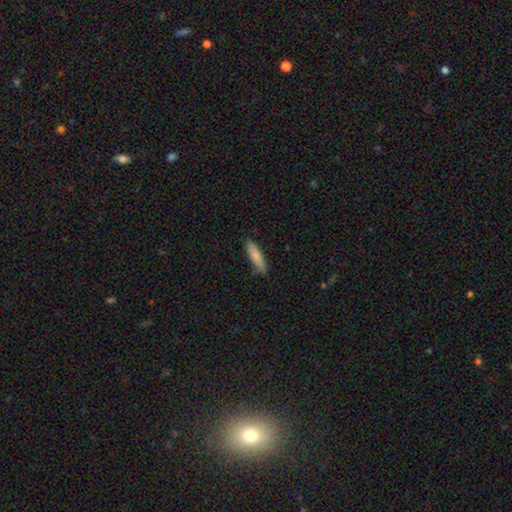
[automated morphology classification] This is clearly a smooth galaxy (84%). How rounded: likely cigar-shaped (65%). Merging: likely none (77%).